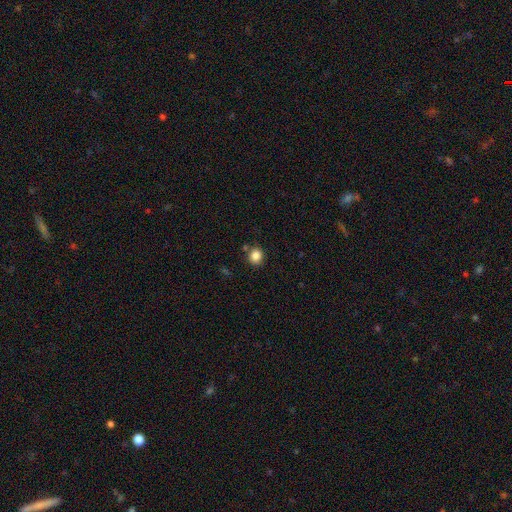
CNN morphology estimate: smooth-or-featured: smooth: 85% | star or artifact: 11% | featured or disk: 4%
  how-rounded: round: 85% | in between: 14% | cigar-shaped: 1%
  merging: none: 82% | minor disturbance: 10% | merger: 5% | major disturbance: 3%